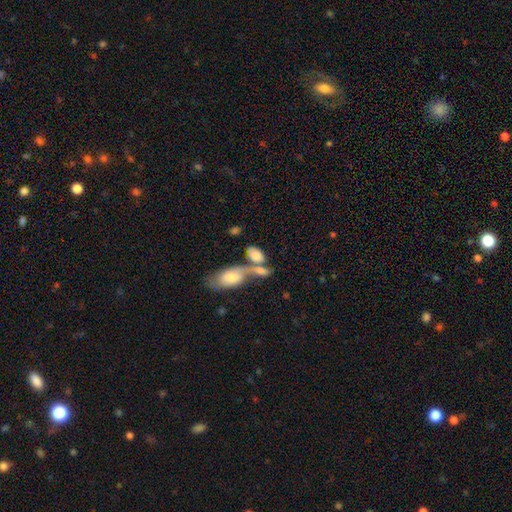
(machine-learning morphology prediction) smooth_or_featured: smooth (p=0.74) [alt: featured or disk p=0.18]
how_rounded: in between (p=0.89) [alt: cigar-shaped p=0.06]
merging: merger (p=0.58) [alt: none p=0.26]